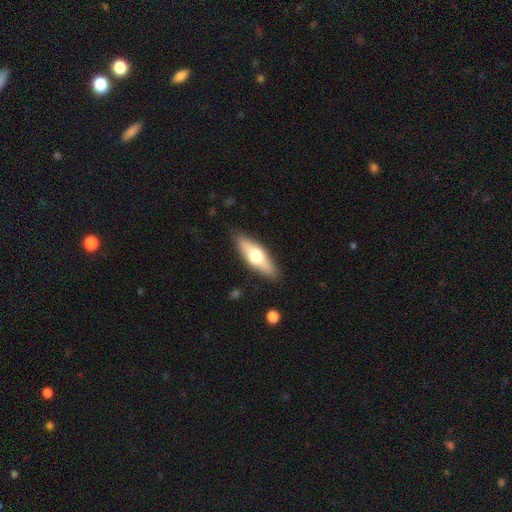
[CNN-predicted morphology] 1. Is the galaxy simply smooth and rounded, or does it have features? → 54% smooth, 40% featured or disk, 6% star or artifact.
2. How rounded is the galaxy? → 56% in between, 41% cigar-shaped, 3% round.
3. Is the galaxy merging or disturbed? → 86% none, 10% minor disturbance, 2% major disturbance, 1% merger.